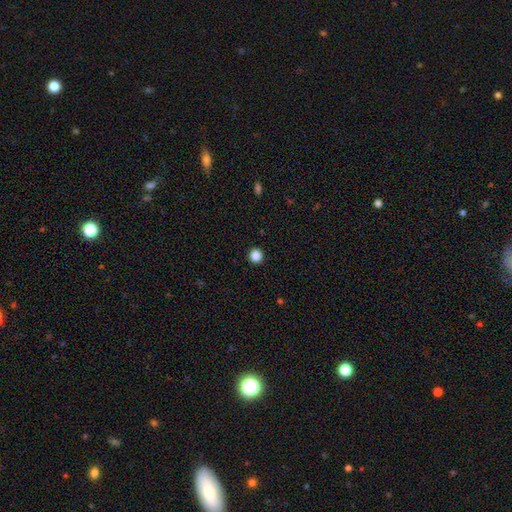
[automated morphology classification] smooth-or-featured: smooth: 87% | star or artifact: 10% | featured or disk: 3%
  how-rounded: round: 91% | in between: 8% | cigar-shaped: 1%
  merging: none: 93% | minor disturbance: 4% | major disturbance: 2% | merger: 1%